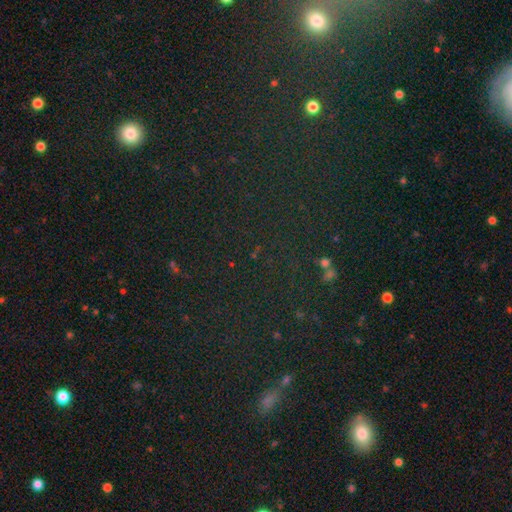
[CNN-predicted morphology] Smooth or featured?
  - star or artifact: 69% *
  - smooth: 20%
  - featured or disk: 11%